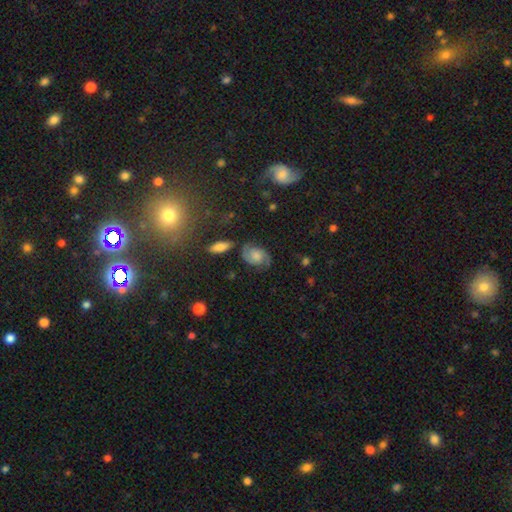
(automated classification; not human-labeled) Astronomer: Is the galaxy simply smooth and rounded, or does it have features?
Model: featured or disk — 72%.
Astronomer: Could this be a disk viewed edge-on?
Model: no — 97%.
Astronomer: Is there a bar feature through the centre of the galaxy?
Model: no — 67%.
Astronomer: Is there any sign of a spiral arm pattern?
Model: yes — 94%.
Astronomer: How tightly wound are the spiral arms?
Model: medium — 48% (runner-up: tight, 34%).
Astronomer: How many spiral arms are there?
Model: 2 — 90%.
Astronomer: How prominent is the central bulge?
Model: moderate — 34% (runner-up: small, 26%).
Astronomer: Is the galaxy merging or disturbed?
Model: none — 72%.